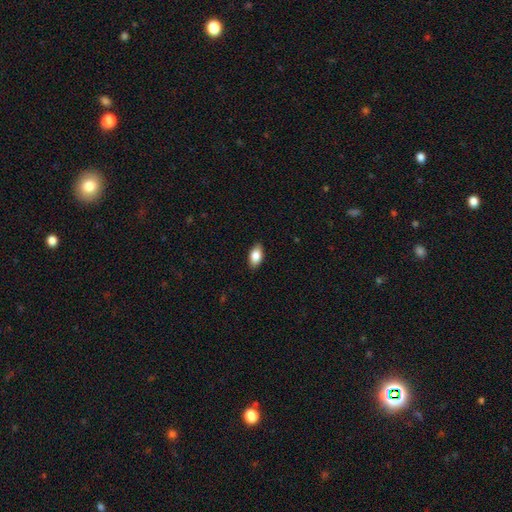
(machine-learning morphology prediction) smooth-or-featured: smooth: 85% | featured or disk: 8% | star or artifact: 7%
  how-rounded: in between: 92% | round: 5% | cigar-shaped: 3%
  merging: none: 88% | minor disturbance: 9% | major disturbance: 2% | merger: 1%